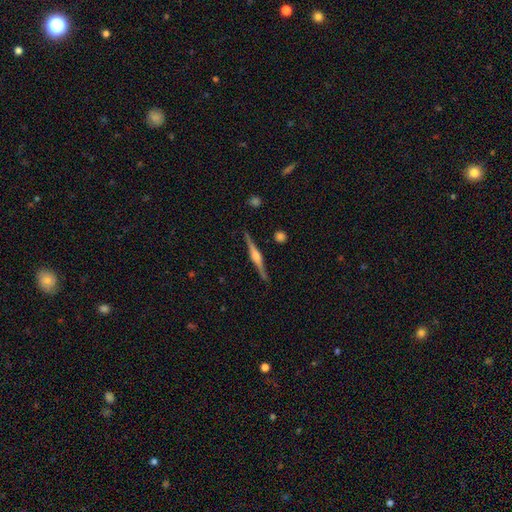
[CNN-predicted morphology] type=featured or disk (83%); edge-on=yes (98%); edge-on bulge=rounded (81%); merging=none (90%).